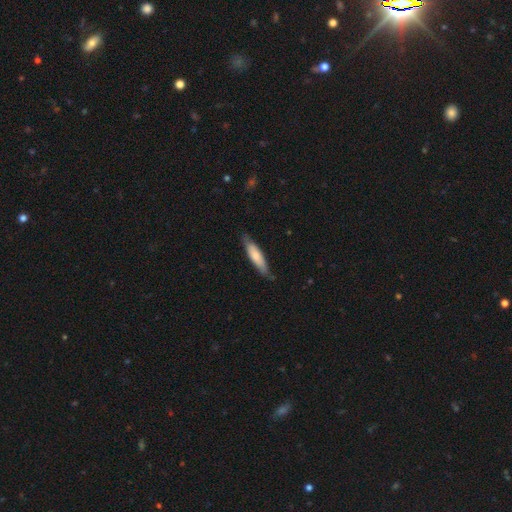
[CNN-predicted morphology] smooth-or-featured: smooth: 70% | featured or disk: 25% | star or artifact: 5%
  how-rounded: cigar-shaped: 75% | in between: 24% | round: 1%
  merging: none: 78% | minor disturbance: 18% | major disturbance: 3% | merger: 1%